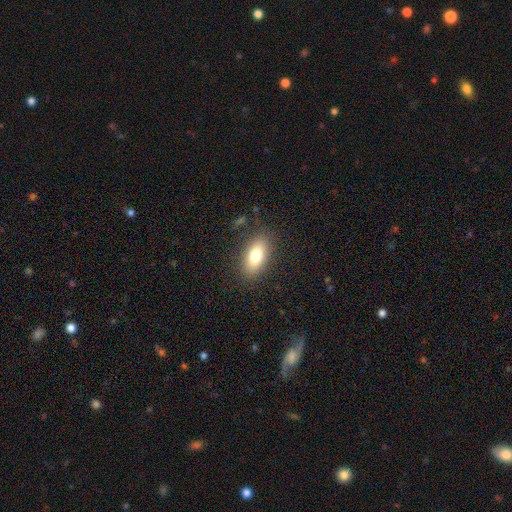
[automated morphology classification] smooth_or_featured: smooth (p=0.77) [alt: featured or disk p=0.14]
how_rounded: in between (p=0.86) [alt: cigar-shaped p=0.09]
merging: none (p=0.84) [alt: minor disturbance p=0.11]